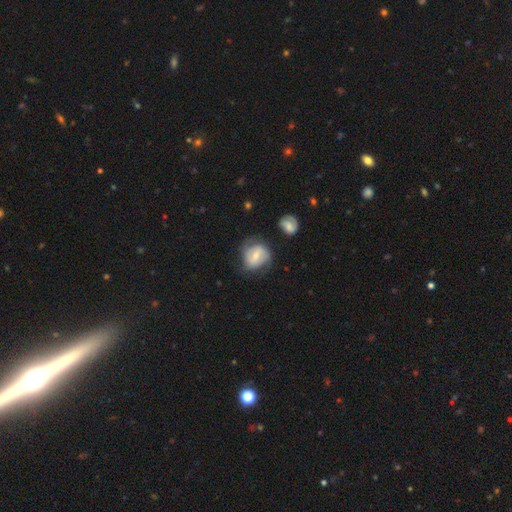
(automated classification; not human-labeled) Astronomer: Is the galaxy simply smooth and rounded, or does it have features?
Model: featured or disk — 54% (runner-up: smooth, 40%).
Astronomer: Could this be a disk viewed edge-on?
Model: no — 96%.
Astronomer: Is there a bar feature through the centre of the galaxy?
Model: weak — 51%.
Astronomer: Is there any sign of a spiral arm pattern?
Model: yes — 76%.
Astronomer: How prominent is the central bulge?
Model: moderate — 49% (runner-up: small, 44%).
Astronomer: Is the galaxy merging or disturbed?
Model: none — 59%.